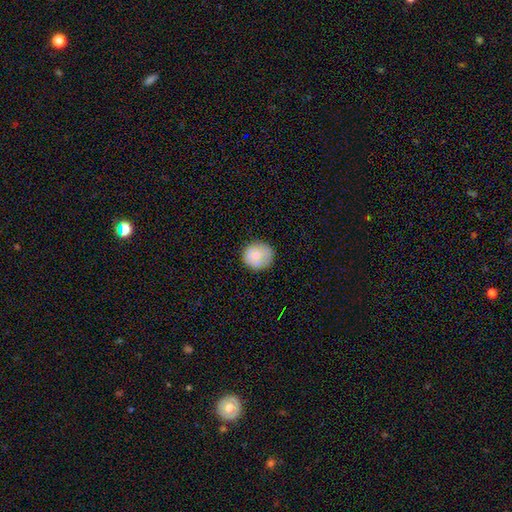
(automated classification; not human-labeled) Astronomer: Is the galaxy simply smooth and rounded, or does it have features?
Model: smooth — 81%.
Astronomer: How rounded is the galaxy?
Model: round — 88%.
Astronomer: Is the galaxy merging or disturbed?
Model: none — 79%.